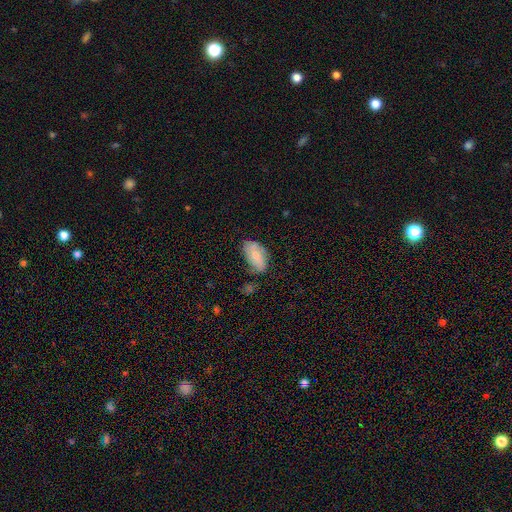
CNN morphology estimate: The model was most divided on "merging": none: 55%, minor disturbance: 31%, major disturbance: 9%, merger: 5%. More confident: how rounded — in between (93%); smooth or featured — smooth (64%).